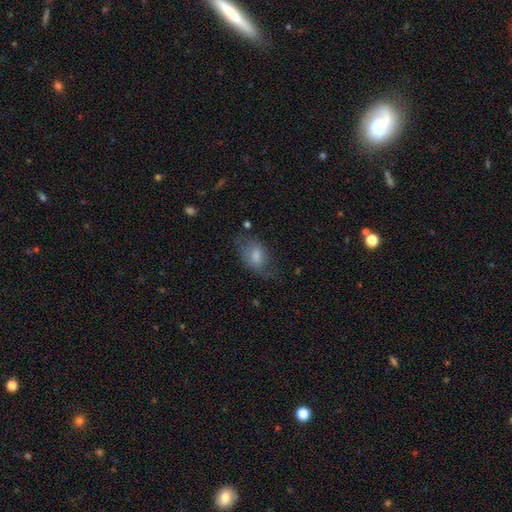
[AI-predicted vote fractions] smooth 66%, featured or disk 25%, star or artifact 9%. Down the decision tree: how rounded — in between (86%); merging — none (51%).